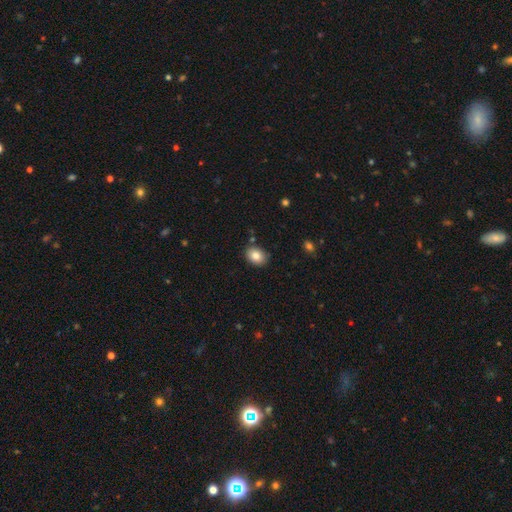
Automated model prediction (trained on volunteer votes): The model was most divided on "how rounded": in between: 64%, round: 35%, cigar-shaped: 1%. More confident: merging — none (84%); smooth or featured — smooth (83%).